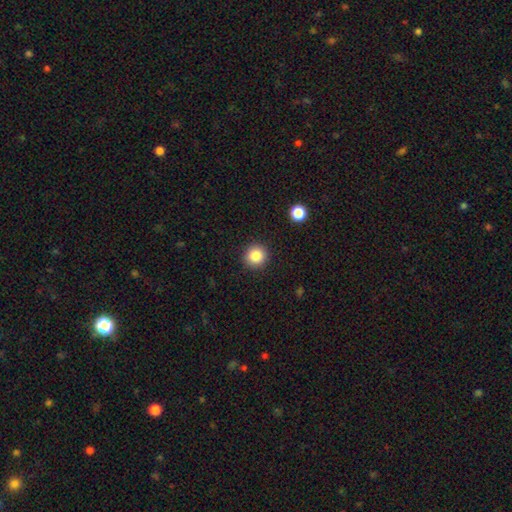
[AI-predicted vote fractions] Smooth or featured? Predicted: smooth (p=0.85). How rounded? Predicted: round (p=0.94). Merging? Predicted: none (p=0.91).